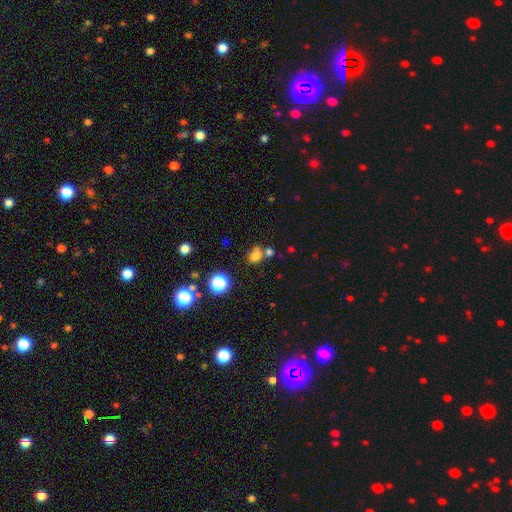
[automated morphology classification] Smooth or featured: smooth — 73% (star or artifact — 18%)
How rounded: round — 53% (in between — 46%)
Merging: none — 49% (merger — 32%)